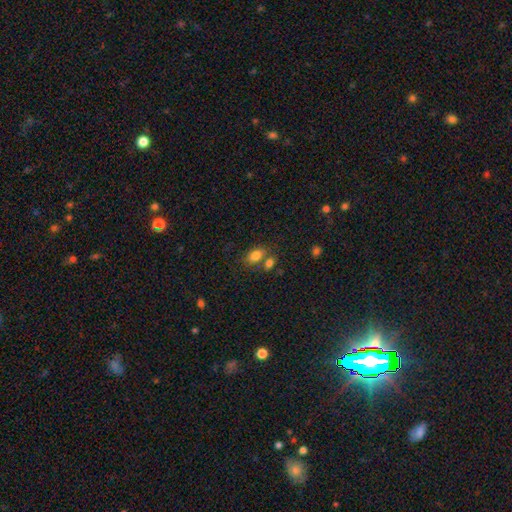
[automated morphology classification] The model was most divided on "merging": none: 54%, merger: 29%, minor disturbance: 12%, major disturbance: 4%. More confident: how rounded — in between (86%); smooth or featured — smooth (83%).